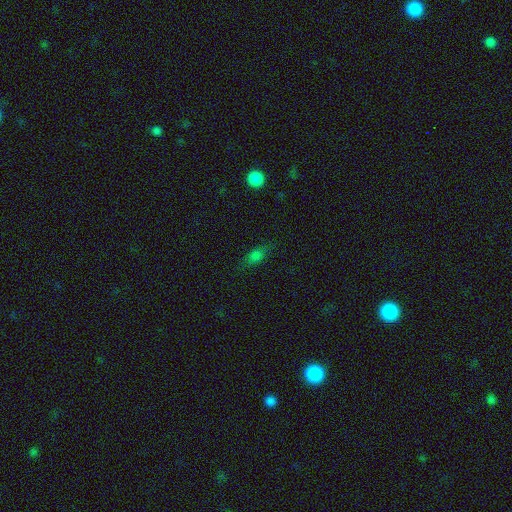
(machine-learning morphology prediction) Smooth or featured?
  - smooth: 72% *
  - star or artifact: 16%
  - featured or disk: 12%
How rounded?
  - in between: 74% *
  - cigar-shaped: 16%
  - round: 10%
Merging?
  - none: 74% *
  - minor disturbance: 19%
  - major disturbance: 6%
  - merger: 2%